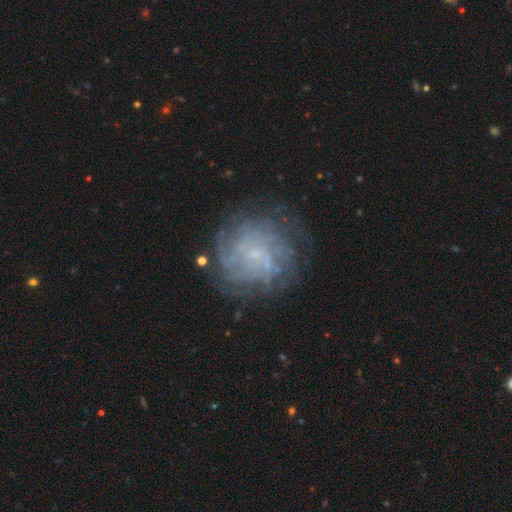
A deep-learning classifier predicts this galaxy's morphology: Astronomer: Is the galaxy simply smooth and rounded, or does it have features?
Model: featured or disk — 66%.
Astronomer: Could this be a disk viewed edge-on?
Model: no — 97%.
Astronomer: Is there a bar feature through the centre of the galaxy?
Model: no — 66%.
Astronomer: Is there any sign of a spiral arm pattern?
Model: yes — 83%.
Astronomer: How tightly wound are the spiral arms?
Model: tight — 65%.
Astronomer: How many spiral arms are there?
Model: can't tell — 48%.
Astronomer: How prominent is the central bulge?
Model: small — 79%.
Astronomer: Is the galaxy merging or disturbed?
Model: none — 78%.